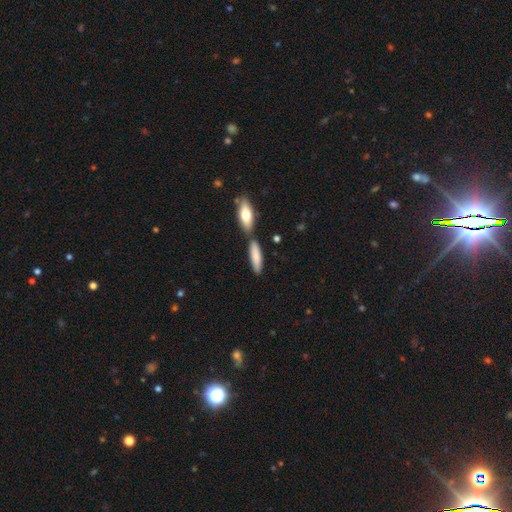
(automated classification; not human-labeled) Smooth or featured: smooth — 81% (featured or disk — 14%)
How rounded: cigar-shaped — 62% (in between — 36%)
Merging: none — 66% (merger — 19%)